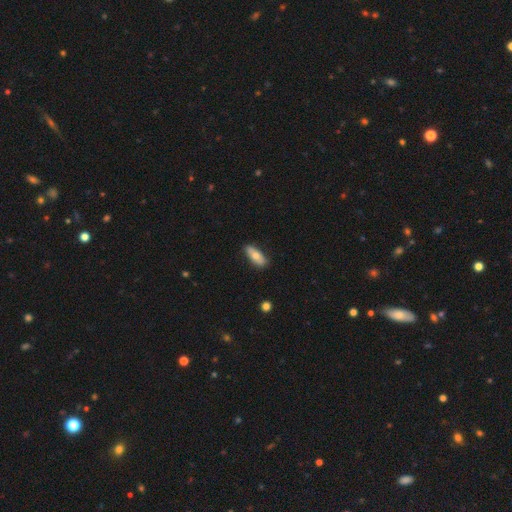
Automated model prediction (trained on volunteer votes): Smooth or featured?
  - smooth: 67% *
  - featured or disk: 27%
  - star or artifact: 6%
How rounded?
  - in between: 71% *
  - cigar-shaped: 26%
  - round: 3%
Merging?
  - none: 81% *
  - minor disturbance: 15%
  - major disturbance: 2%
  - merger: 1%